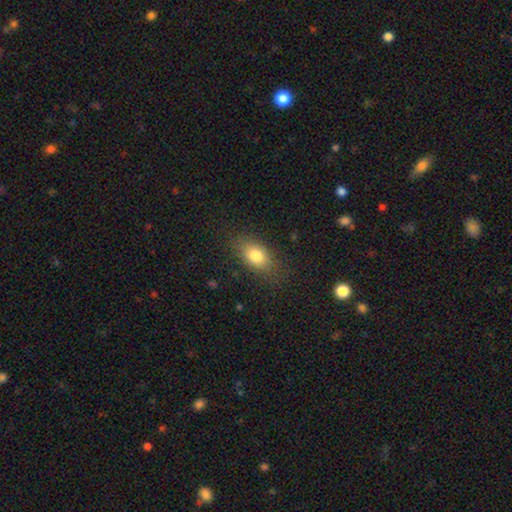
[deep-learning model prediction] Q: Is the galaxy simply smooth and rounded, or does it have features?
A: smooth — 80%.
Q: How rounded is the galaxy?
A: in between — 81%.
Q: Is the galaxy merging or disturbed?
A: none — 79%.